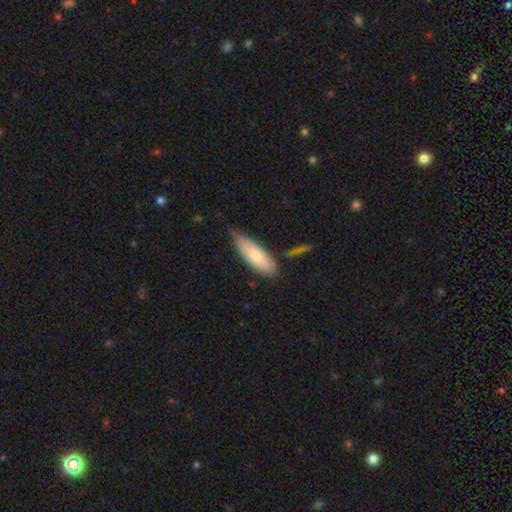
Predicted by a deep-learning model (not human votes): Smooth or featured? Predicted: smooth (p=0.76). How rounded? Predicted: in between (p=0.64). Merging? Predicted: none (p=0.57).